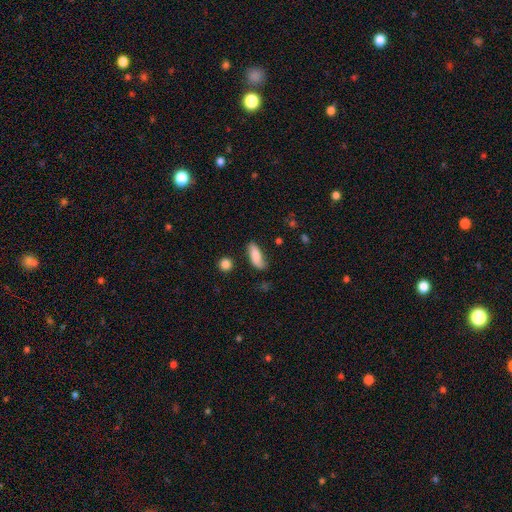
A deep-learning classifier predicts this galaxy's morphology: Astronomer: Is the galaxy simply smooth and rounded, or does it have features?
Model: smooth — 80%.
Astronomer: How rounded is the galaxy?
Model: in between — 71%.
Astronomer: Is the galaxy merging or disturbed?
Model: none — 66%.